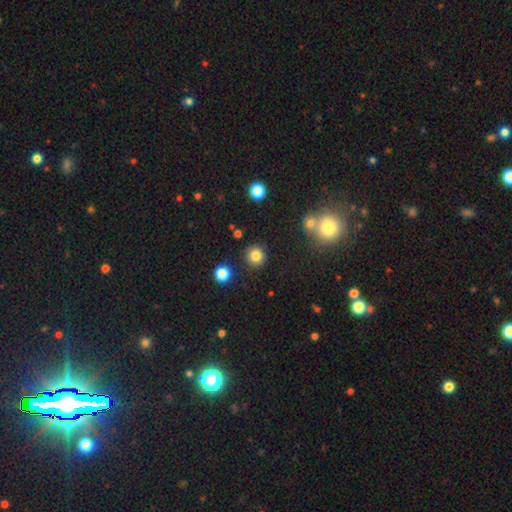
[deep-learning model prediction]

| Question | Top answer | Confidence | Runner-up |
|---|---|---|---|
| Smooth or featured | smooth | 82% | star or artifact (12%) |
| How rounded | round | 92% | in between (7%) |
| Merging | none | 88% | minor disturbance (6%) |